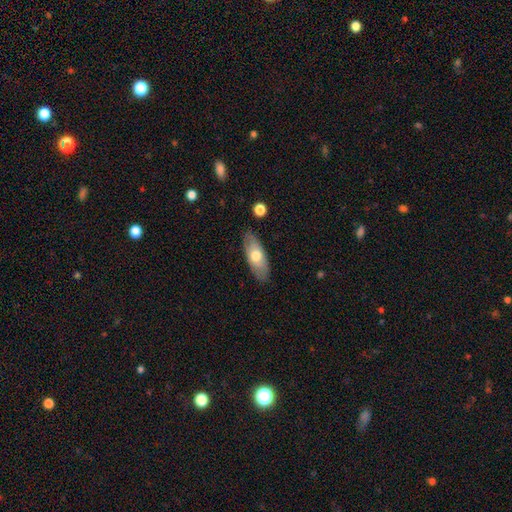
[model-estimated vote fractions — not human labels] Q: Smooth or featured?
A: smooth (63%); runner-up: featured or disk (31%)
Q: How rounded?
A: in between (81%); runner-up: cigar-shaped (16%)
Q: Merging?
A: none (83%); runner-up: minor disturbance (13%)